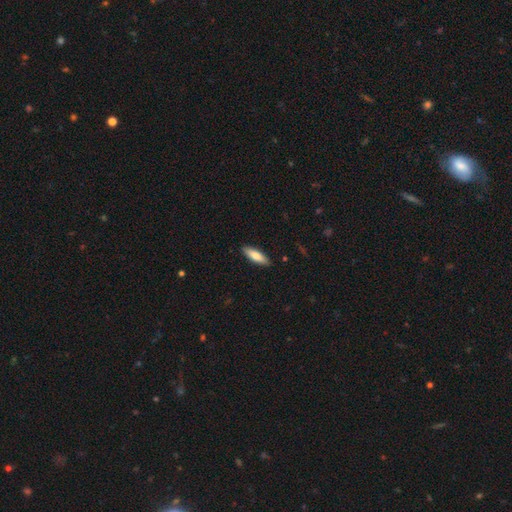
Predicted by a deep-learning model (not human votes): This appears to be a smooth galaxy with no disk features (79%) that is in between round and cigar-shaped (50%). Merging: none (90%).